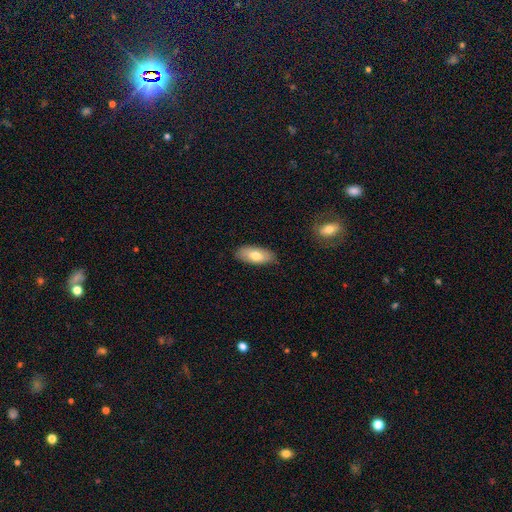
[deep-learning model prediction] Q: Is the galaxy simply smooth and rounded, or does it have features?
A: smooth — 72%.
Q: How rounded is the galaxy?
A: in between — 87%.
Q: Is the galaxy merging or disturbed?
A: none — 85%.